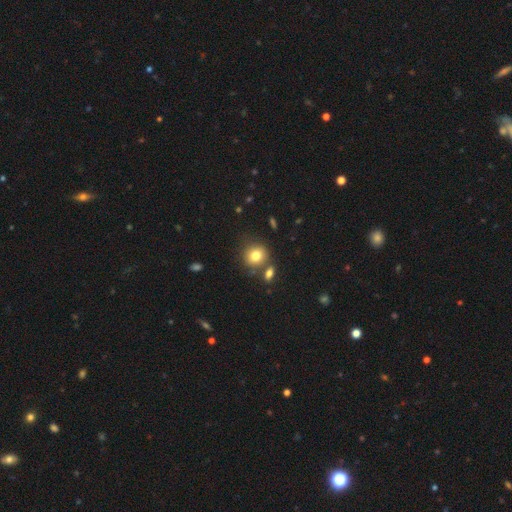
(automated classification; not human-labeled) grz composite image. It shows a smooth galaxy with no disk features (79%) that is round (83%). Merging: none (71%).